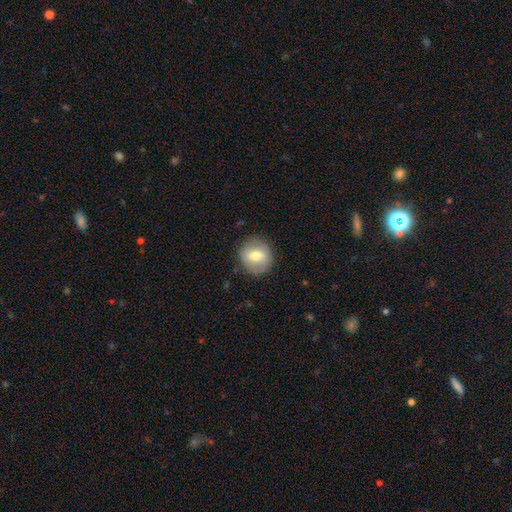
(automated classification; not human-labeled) Smooth or featured? smooth (63%)
How rounded? round (84%)
Merging? none (84%)